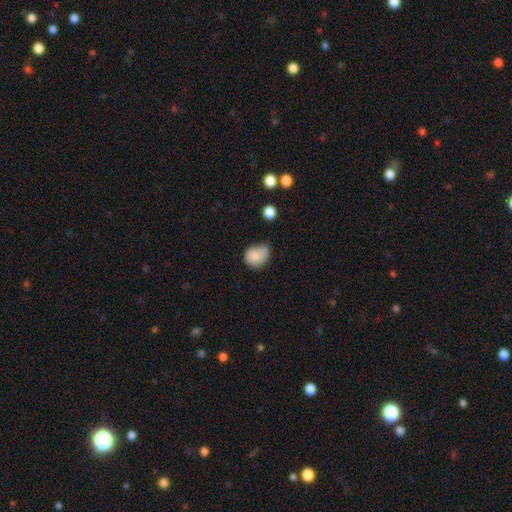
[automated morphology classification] The model was most divided on "merging": none: 36%, minor disturbance: 35%, major disturbance: 16%, merger: 12%. More confident: smooth or featured — smooth (82%); how rounded — round (61%).